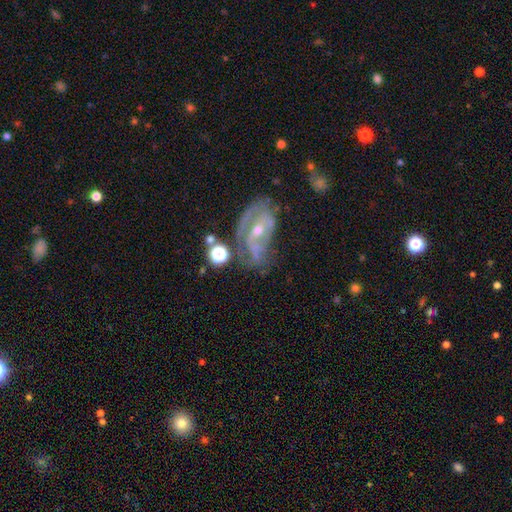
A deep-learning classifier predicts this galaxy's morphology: Smooth or featured? Predicted: featured or disk (p=0.74). Edge-on disk? Predicted: no (p=0.94). Bar? Predicted: no (p=0.40). Spiral arms? Predicted: yes (p=0.73). Spiral winding? Predicted: medium (p=0.42). Spiral arm count? Predicted: 2 (p=0.47). Bulge size? Predicted: small (p=0.51). Merging? Predicted: none (p=0.39).